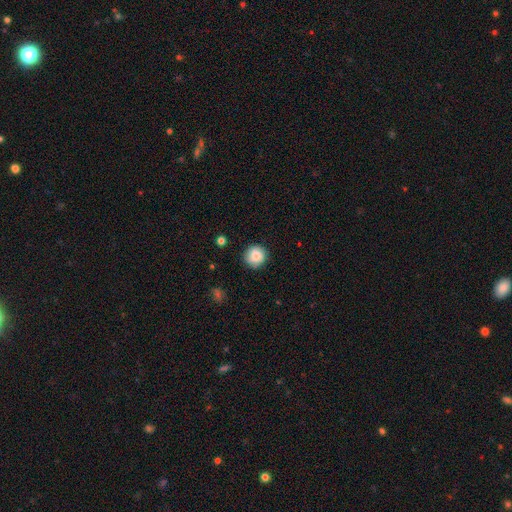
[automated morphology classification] smooth 84%, star or artifact 8%, featured or disk 8%. Down the decision tree: how rounded — round (94%); merging — none (87%).